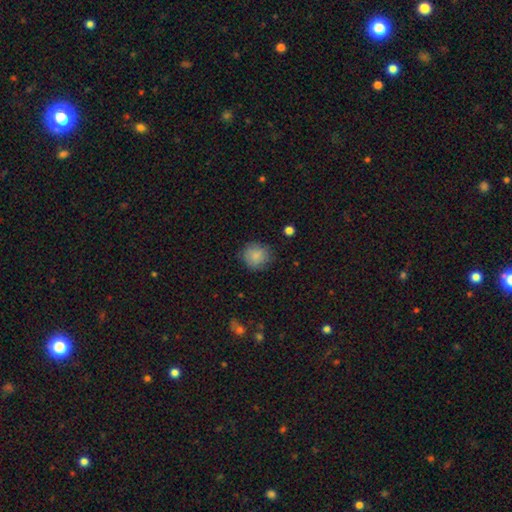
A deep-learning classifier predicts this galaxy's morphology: smooth_or_featured: smooth (p=0.85) [alt: star or artifact p=0.08]
how_rounded: round (p=0.89) [alt: in between p=0.10]
merging: none (p=0.80) [alt: minor disturbance p=0.14]